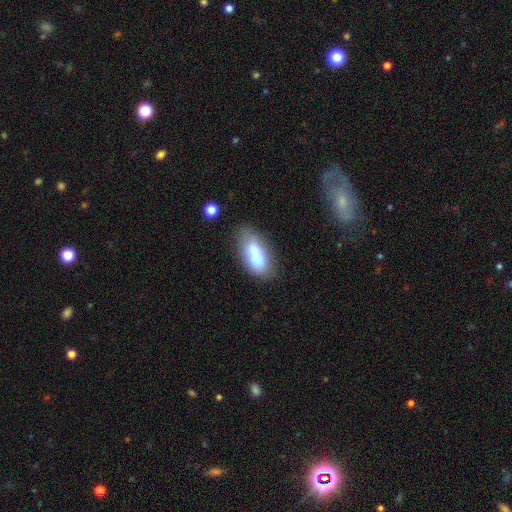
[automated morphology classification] Smooth or featured?
  - smooth: 79% *
  - featured or disk: 13%
  - star or artifact: 8%
How rounded?
  - in between: 82% *
  - cigar-shaped: 15%
  - round: 3%
Merging?
  - none: 61% *
  - minor disturbance: 24%
  - major disturbance: 9%
  - merger: 6%